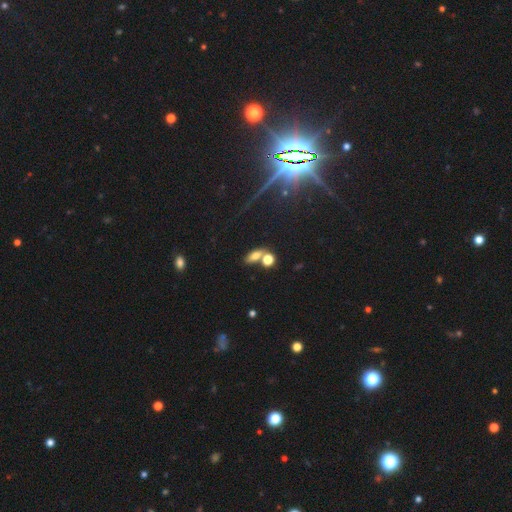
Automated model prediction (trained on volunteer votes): Overall: smooth (69%). How rounded: in between (74%). Merging: none (50%; merger 34%).